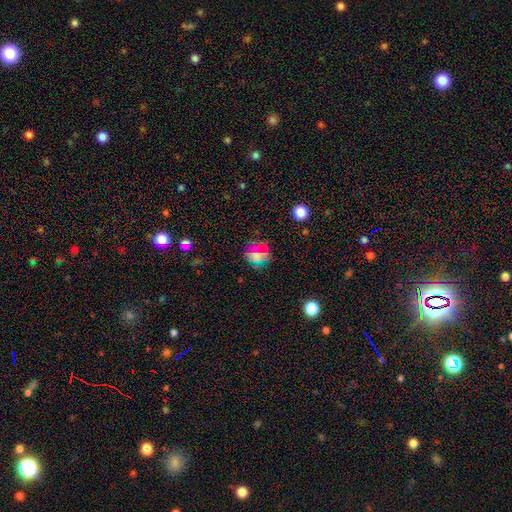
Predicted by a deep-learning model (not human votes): smooth-or-featured: smooth: 52% | star or artifact: 30% | featured or disk: 18%
  how-rounded: round: 80% | in between: 18% | cigar-shaped: 2%
  merging: none: 68% | minor disturbance: 15% | major disturbance: 9% | merger: 8%